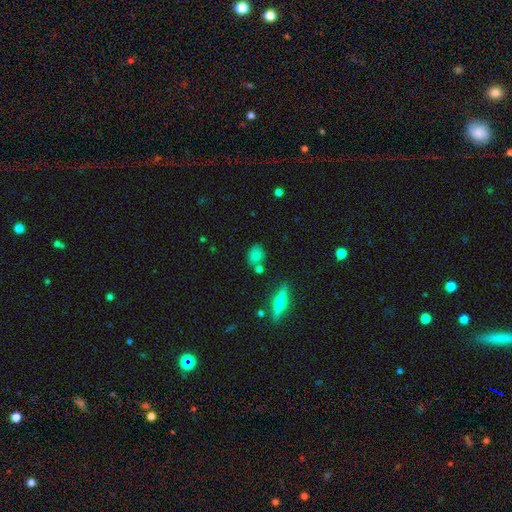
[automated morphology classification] Overall: smooth (75%). How rounded: round (56%; in between 40%). Merging: none (71%).